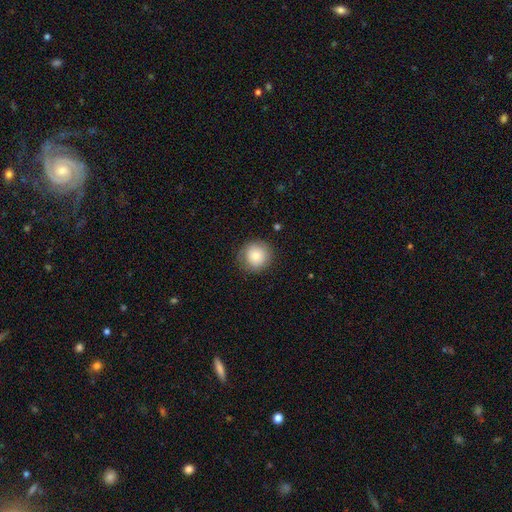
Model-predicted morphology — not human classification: This appears to be a smooth galaxy with no disk features (76%) that is round (93%). Merging: none (83%).